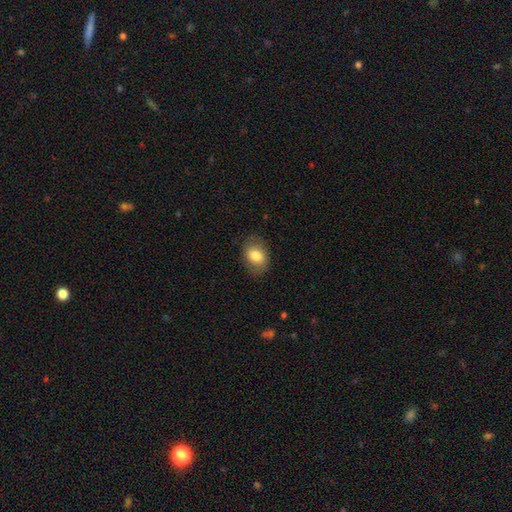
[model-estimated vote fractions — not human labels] Smooth or featured? smooth (80%)
How rounded? in between (73%)
Merging? none (80%)